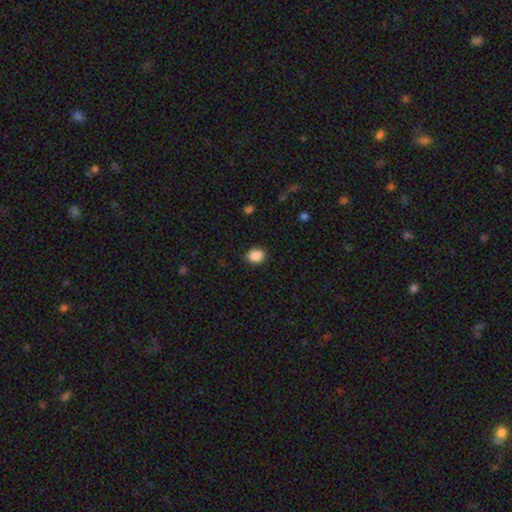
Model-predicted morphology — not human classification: A smooth galaxy with no disk features (89%) that is in between round and cigar-shaped (52%). Merging: none (89%).